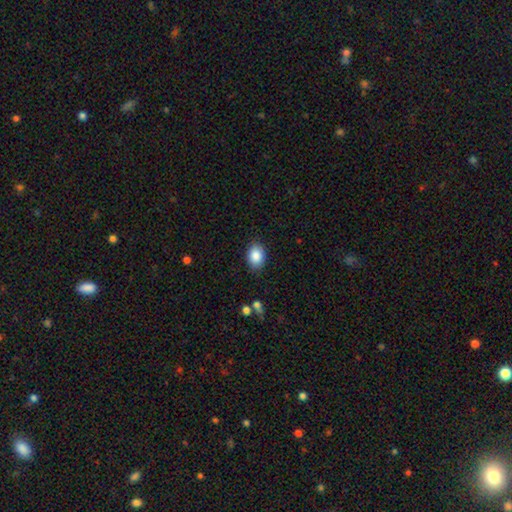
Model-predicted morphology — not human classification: smooth-or-featured: smooth: 87% | star or artifact: 8% | featured or disk: 6%
  how-rounded: in between: 75% | round: 24% | cigar-shaped: 1%
  merging: none: 86% | minor disturbance: 10% | major disturbance: 2% | merger: 1%